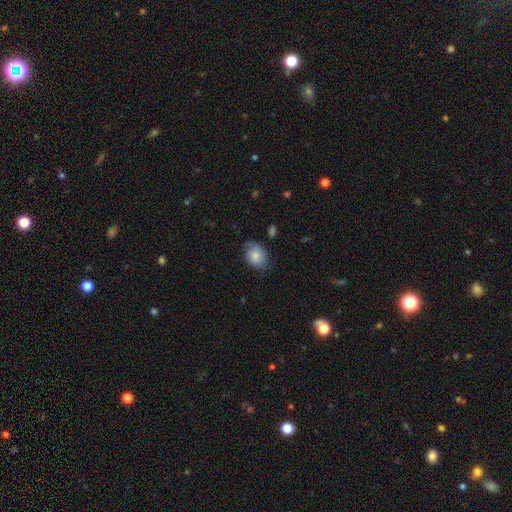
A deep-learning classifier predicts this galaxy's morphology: This appears to be a smooth galaxy with no disk features (78%) that is in between round and cigar-shaped (62%). Merging: none (66%).